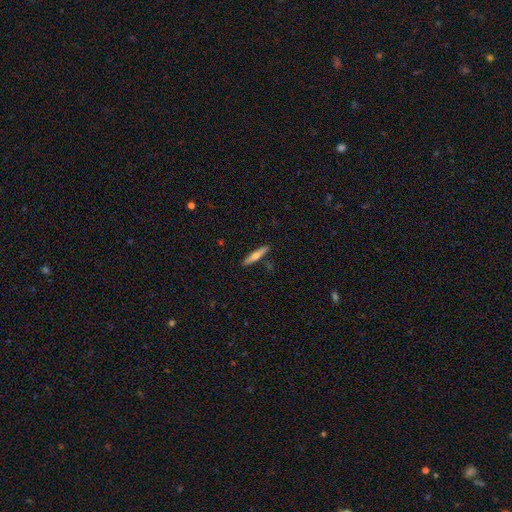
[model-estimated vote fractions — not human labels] Smooth or featured: smooth — 48% (featured or disk — 47%)
Merging: none — 89% (minor disturbance — 8%)